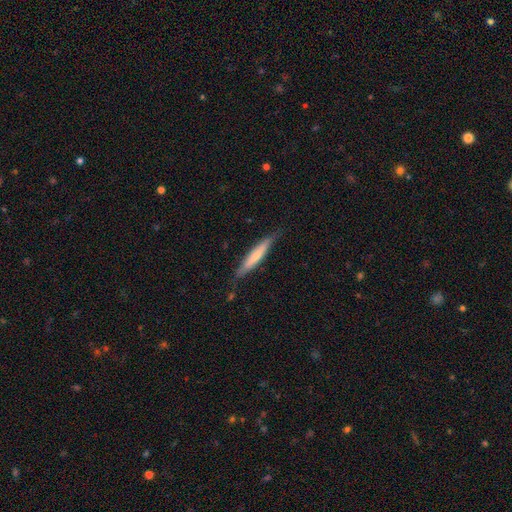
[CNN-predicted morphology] smooth-or-featured: smooth: 58% | featured or disk: 37% | star or artifact: 5%
  how-rounded: cigar-shaped: 91% | in between: 8% | round: 1%
  merging: none: 80% | minor disturbance: 16% | major disturbance: 3% | merger: 1%